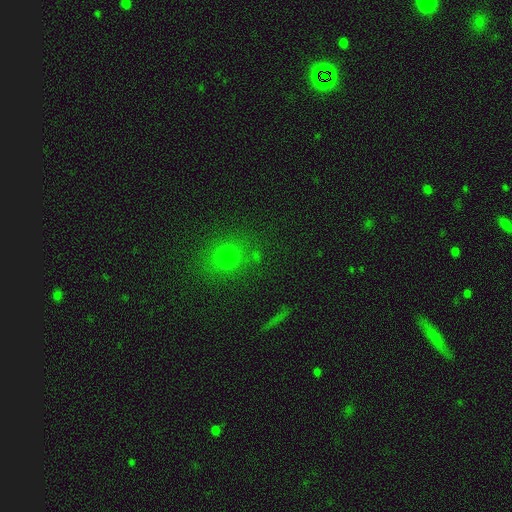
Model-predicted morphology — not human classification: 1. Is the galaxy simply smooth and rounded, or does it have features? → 62% smooth, 29% star or artifact, 9% featured or disk.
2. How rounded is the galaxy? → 85% round, 13% in between, 2% cigar-shaped.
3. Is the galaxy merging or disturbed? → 85% none, 9% minor disturbance, 4% major disturbance, 2% merger.